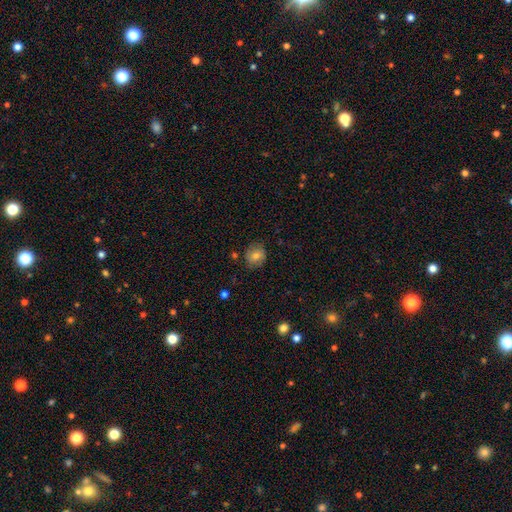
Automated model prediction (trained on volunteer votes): The model was most divided on "how rounded": round: 74%, in between: 25%, cigar-shaped: 1%. More confident: merging — none (79%); smooth or featured — smooth (75%).